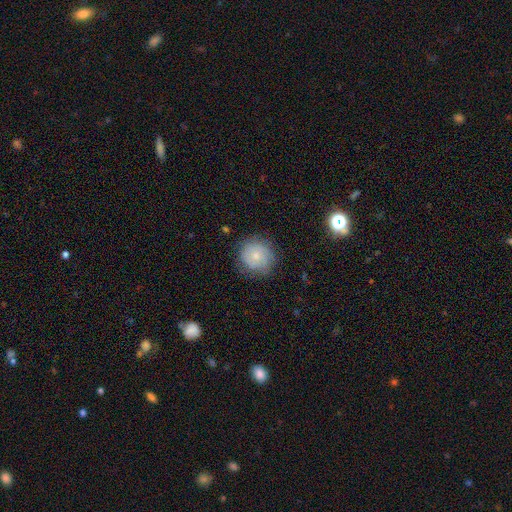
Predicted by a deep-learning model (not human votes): This appears to be a smooth galaxy with no disk features (68%) that is round (91%). Merging: none (75%).